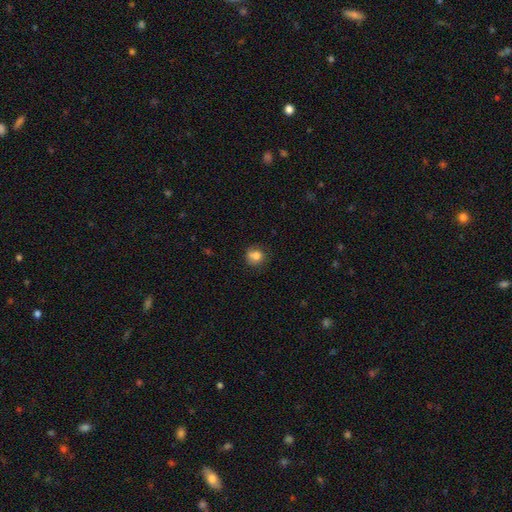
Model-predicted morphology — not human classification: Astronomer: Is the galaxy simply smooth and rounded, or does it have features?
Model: smooth — 78%.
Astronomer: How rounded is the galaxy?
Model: round — 82%.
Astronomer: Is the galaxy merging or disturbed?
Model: none — 62%.